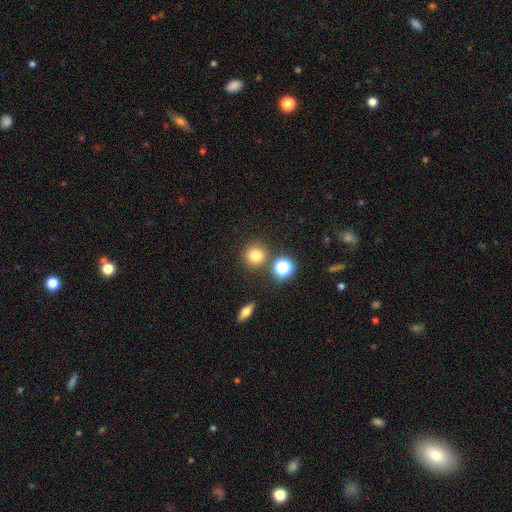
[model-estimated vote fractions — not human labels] Smooth or featured: smooth — 76% (star or artifact — 17%)
How rounded: round — 92% (in between — 7%)
Merging: none — 83% (merger — 7%)